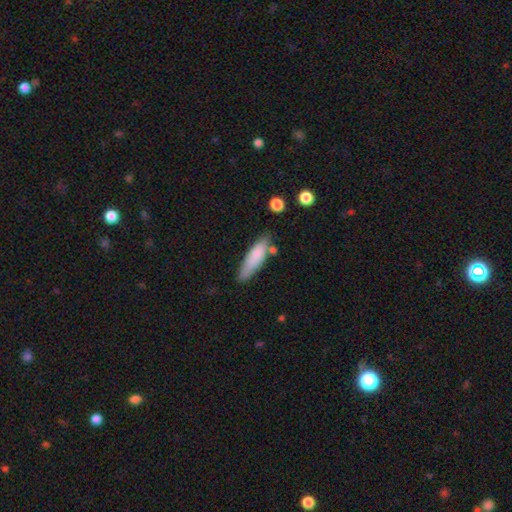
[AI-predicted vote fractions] Smooth or featured?
  - smooth: 80% *
  - featured or disk: 15%
  - star or artifact: 6%
How rounded?
  - cigar-shaped: 65% *
  - in between: 34%
  - round: 2%
Merging?
  - none: 71% *
  - minor disturbance: 19%
  - merger: 6%
  - major disturbance: 4%